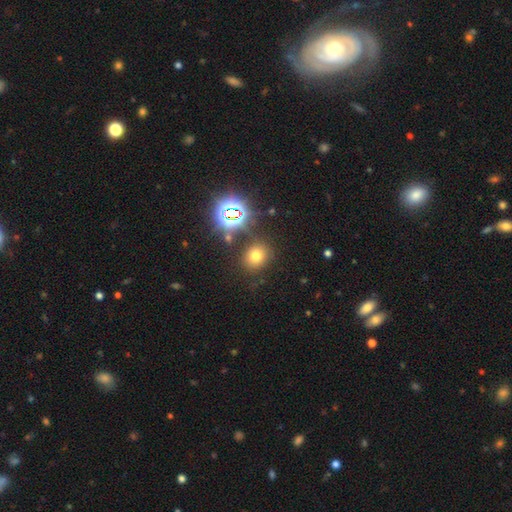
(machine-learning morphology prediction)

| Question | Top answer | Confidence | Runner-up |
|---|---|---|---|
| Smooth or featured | smooth | 65% | star or artifact (26%) |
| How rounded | round | 69% | in between (30%) |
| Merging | none | 82% | minor disturbance (9%) |